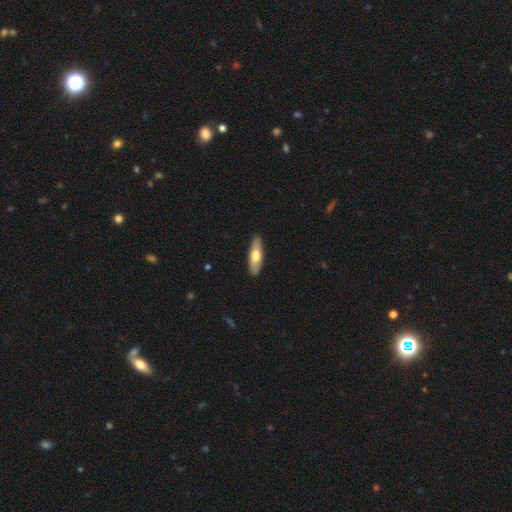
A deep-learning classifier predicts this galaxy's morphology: smooth 62%, featured or disk 33%, star or artifact 5%. Down the decision tree: how rounded — cigar-shaped (51%); merging — none (89%).